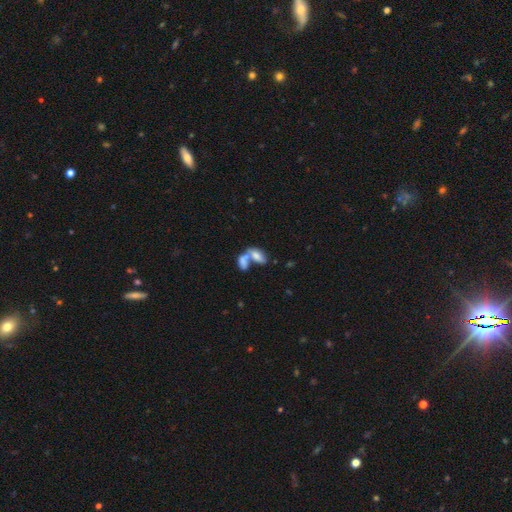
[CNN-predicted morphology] type=smooth (66%); roundness=in between (87%); merging=merger (70%).